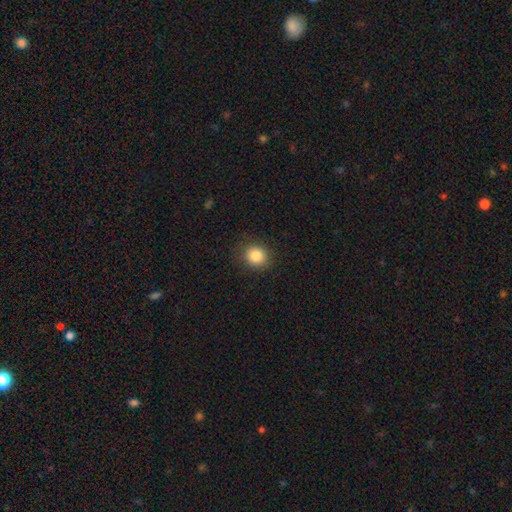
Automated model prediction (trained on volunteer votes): Q: Smooth or featured?
A: smooth (85%); runner-up: star or artifact (10%)
Q: How rounded?
A: round (80%); runner-up: in between (19%)
Q: Merging?
A: none (89%); runner-up: minor disturbance (8%)